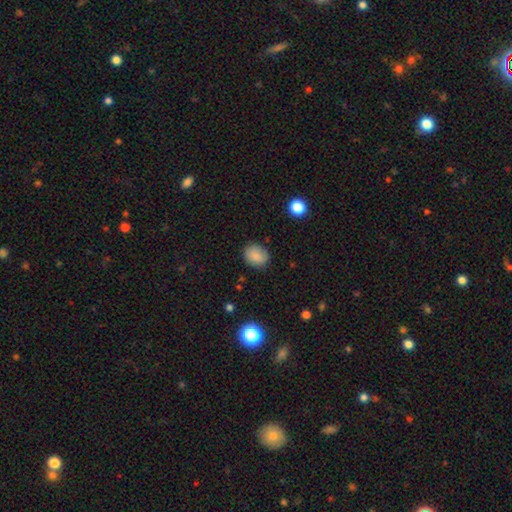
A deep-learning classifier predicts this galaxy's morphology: Smooth or featured?
  - smooth: 85% *
  - star or artifact: 9%
  - featured or disk: 5%
How rounded?
  - round: 58% *
  - in between: 41%
  - cigar-shaped: 1%
Merging?
  - none: 84% *
  - minor disturbance: 11%
  - major disturbance: 3%
  - merger: 1%